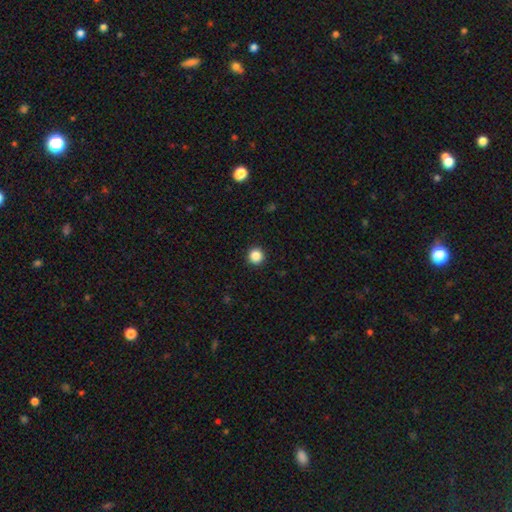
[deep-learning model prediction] smooth_or_featured: smooth (p=0.86) [alt: star or artifact p=0.11]
how_rounded: round (p=0.96) [alt: in between p=0.03]
merging: none (p=0.93) [alt: minor disturbance p=0.04]